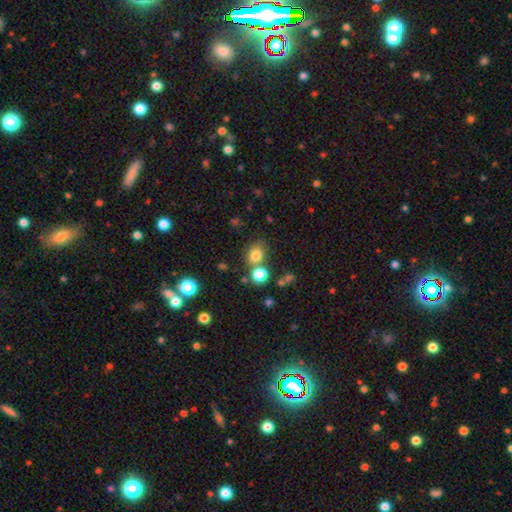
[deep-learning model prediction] Smooth or featured?
  - smooth: 78% *
  - star or artifact: 15%
  - featured or disk: 8%
How rounded?
  - round: 61% *
  - in between: 38%
  - cigar-shaped: 1%
Merging?
  - none: 60% *
  - merger: 22%
  - minor disturbance: 13%
  - major disturbance: 5%